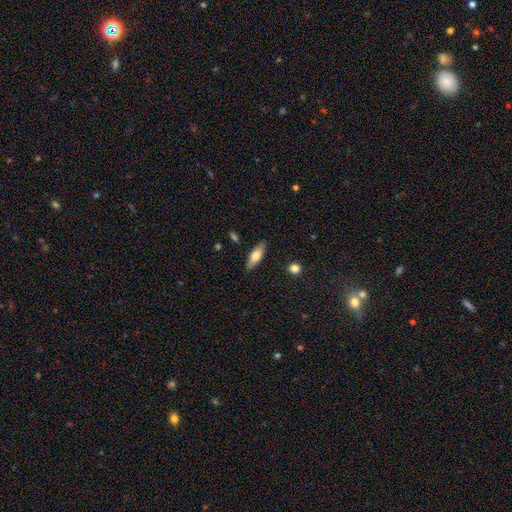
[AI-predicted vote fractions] Q: Smooth or featured?
A: smooth (69%); runner-up: featured or disk (24%)
Q: How rounded?
A: in between (65%); runner-up: cigar-shaped (32%)
Q: Merging?
A: none (84%); runner-up: minor disturbance (13%)